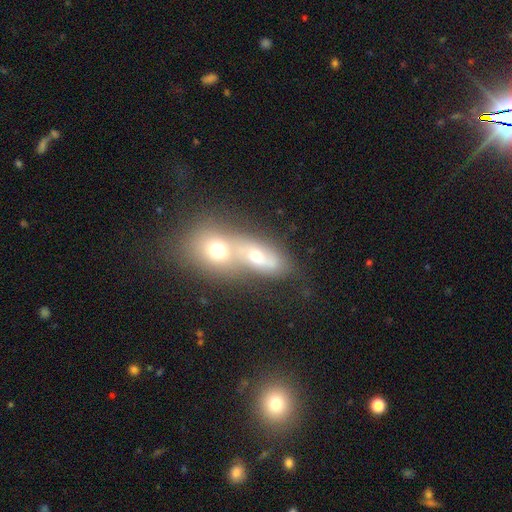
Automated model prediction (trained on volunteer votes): The model was most divided on "smooth or featured": smooth: 59%, featured or disk: 28%, star or artifact: 12%. More confident: merging — merger (65%); how rounded — in between (63%).